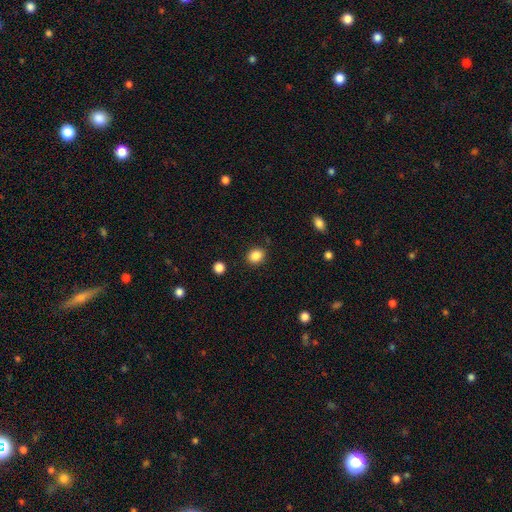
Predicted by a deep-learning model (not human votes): This is clearly a smooth galaxy (86%). How rounded: likely round (63%). Merging: clearly none (88%).